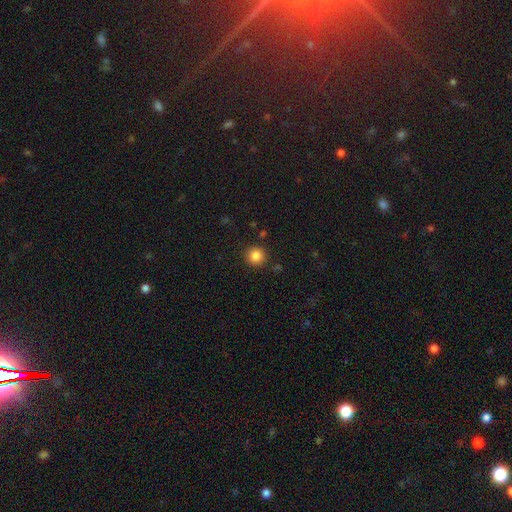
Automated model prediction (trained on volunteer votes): This is clearly a smooth galaxy (85%). How rounded: clearly round (94%). Merging: clearly none (89%).